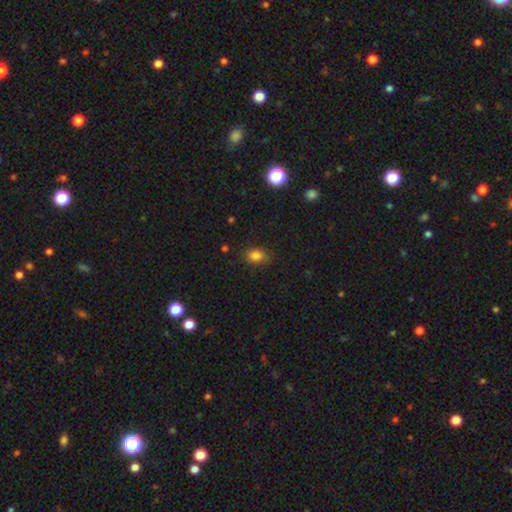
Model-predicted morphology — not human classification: A smooth galaxy with no disk features (82%) that is in between round and cigar-shaped (73%). Merging: none (83%).